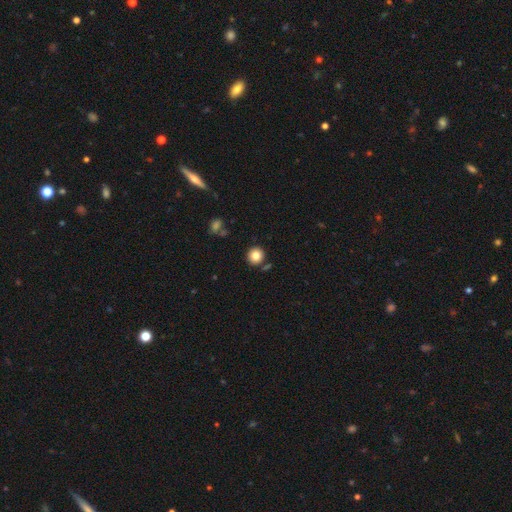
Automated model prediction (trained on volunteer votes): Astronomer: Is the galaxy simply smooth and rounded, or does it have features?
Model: smooth — 82%.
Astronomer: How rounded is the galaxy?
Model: round — 92%.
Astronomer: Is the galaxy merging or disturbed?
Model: none — 85%.